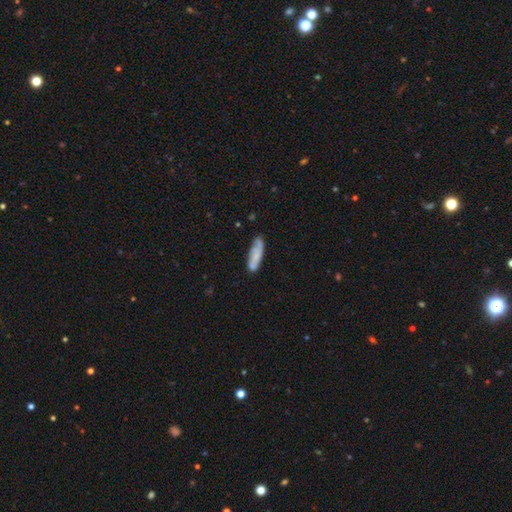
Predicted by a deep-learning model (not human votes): A smooth galaxy with no disk features (63%) that is cigar-shaped (59%).

Vote fractions:
- Smooth or featured? smooth: 63% / featured or disk: 30% / star or artifact: 7%
- How rounded? cigar-shaped: 59% / in between: 39% / round: 2%
- Merging? none: 70% / minor disturbance: 21% / major disturbance: 5% / merger: 5%